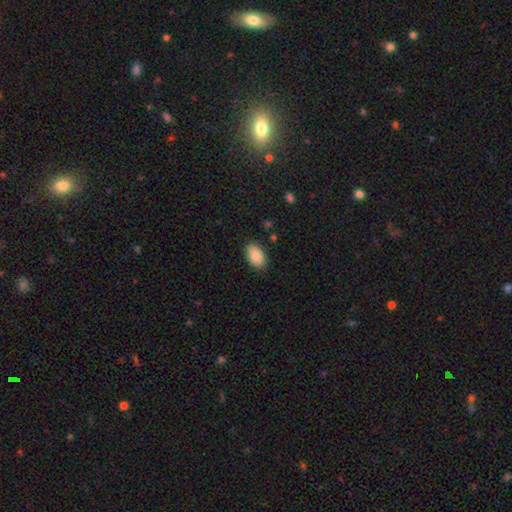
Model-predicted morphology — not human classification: smooth_or_featured: smooth (p=0.87) [alt: star or artifact p=0.07]
how_rounded: in between (p=0.93) [alt: round p=0.06]
merging: none (p=0.86) [alt: minor disturbance p=0.10]